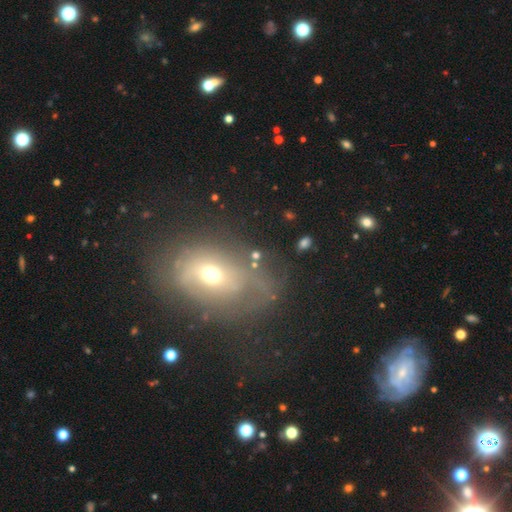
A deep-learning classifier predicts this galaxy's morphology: This appears to be a smooth galaxy with no disk features (50%) that is round (50%). Merging: none (57%).